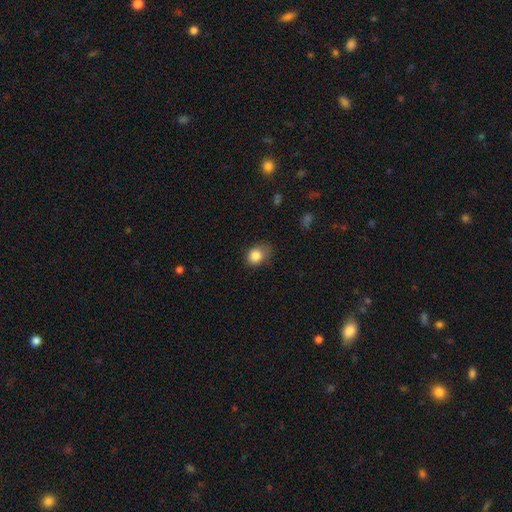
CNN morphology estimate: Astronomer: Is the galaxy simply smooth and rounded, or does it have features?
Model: smooth — 83%.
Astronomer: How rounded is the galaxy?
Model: round — 51% (runner-up: in between, 48%).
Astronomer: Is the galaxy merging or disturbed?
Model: none — 59%.